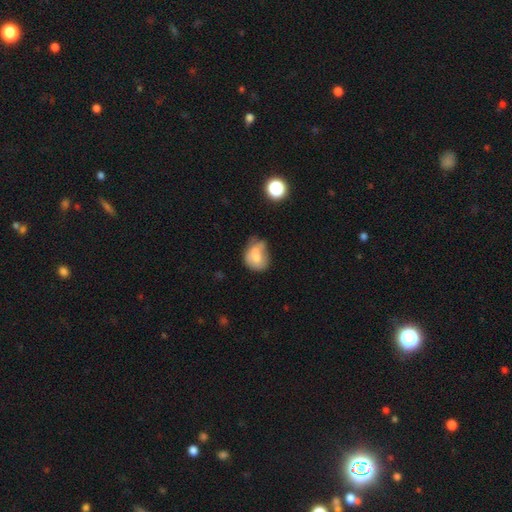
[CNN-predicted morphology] Smooth or featured?
  - smooth: 68% *
  - featured or disk: 23%
  - star or artifact: 10%
How rounded?
  - in between: 54% *
  - round: 45%
  - cigar-shaped: 1%
Merging?
  - minor disturbance: 37% *
  - none: 30%
  - major disturbance: 21%
  - merger: 12%